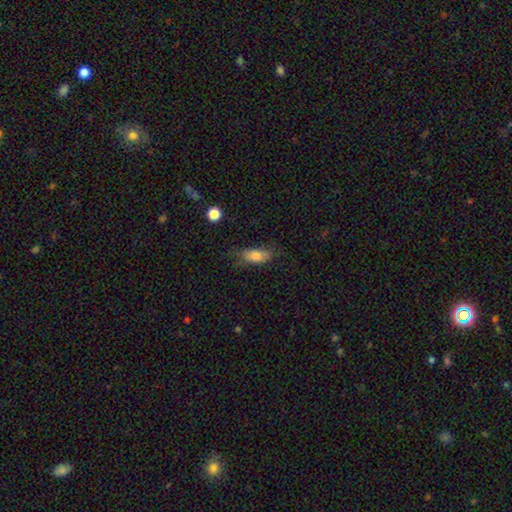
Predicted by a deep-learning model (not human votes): Q: Smooth or featured?
A: smooth (77%); runner-up: featured or disk (14%)
Q: How rounded?
A: in between (78%); runner-up: cigar-shaped (19%)
Q: Merging?
A: none (58%); runner-up: minor disturbance (28%)